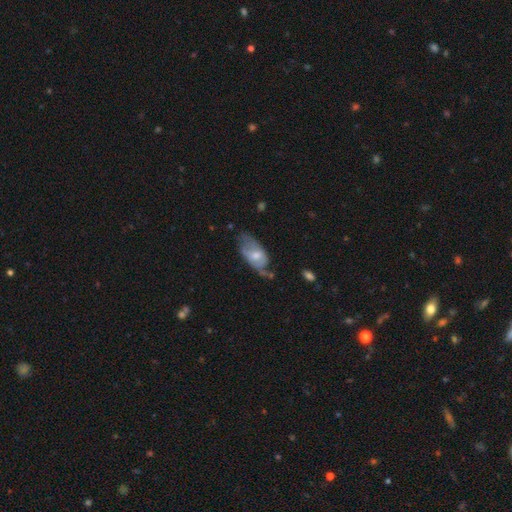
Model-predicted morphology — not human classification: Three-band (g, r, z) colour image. It shows a featured or disk galaxy (55%). Merging: none (39%).